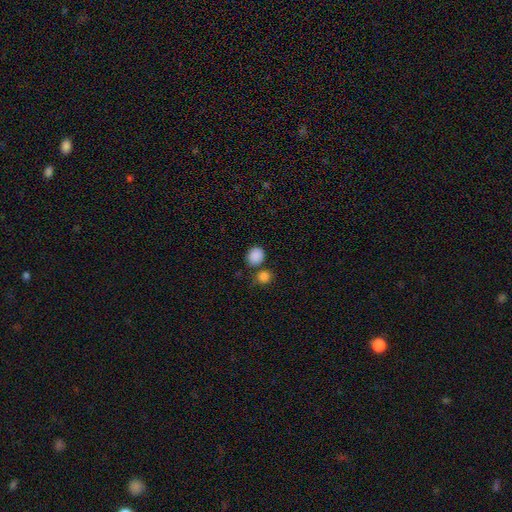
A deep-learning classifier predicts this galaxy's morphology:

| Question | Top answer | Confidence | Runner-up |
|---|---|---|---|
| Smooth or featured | smooth | 87% | star or artifact (9%) |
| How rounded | round | 74% | in between (25%) |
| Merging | none | 68% | merger (18%) |